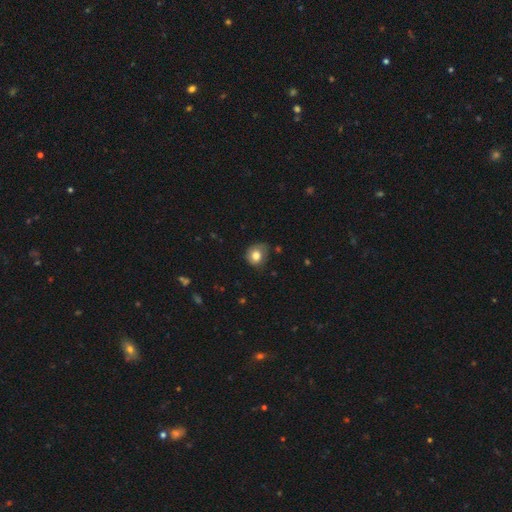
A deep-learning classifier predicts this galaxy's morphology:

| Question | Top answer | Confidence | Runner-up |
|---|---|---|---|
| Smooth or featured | smooth | 77% | featured or disk (13%) |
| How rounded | round | 73% | in between (26%) |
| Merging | none | 65% | minor disturbance (26%) |